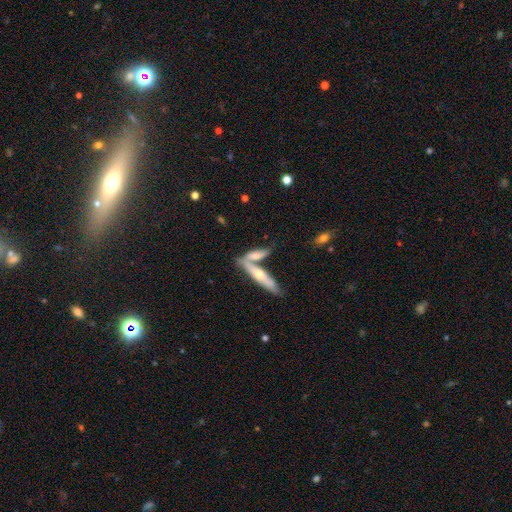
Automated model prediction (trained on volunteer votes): The model was most divided on "merging": none: 44%, merger: 42%, minor disturbance: 10%, major disturbance: 3%. More confident: how rounded — cigar-shaped (67%); smooth or featured — smooth (54%).